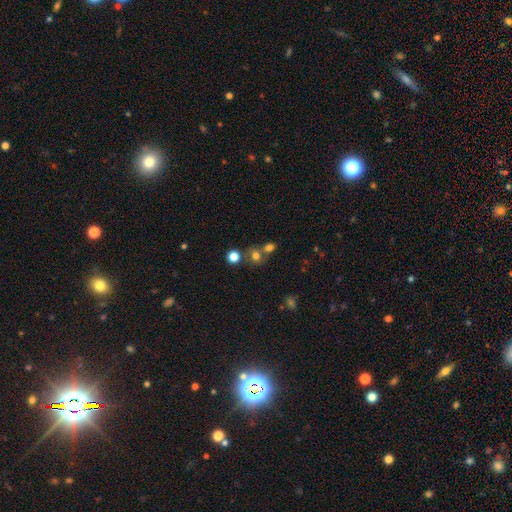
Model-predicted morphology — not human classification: This is likely a smooth galaxy (71%). How rounded: likely round (77%). Merging: possibly none (52%).